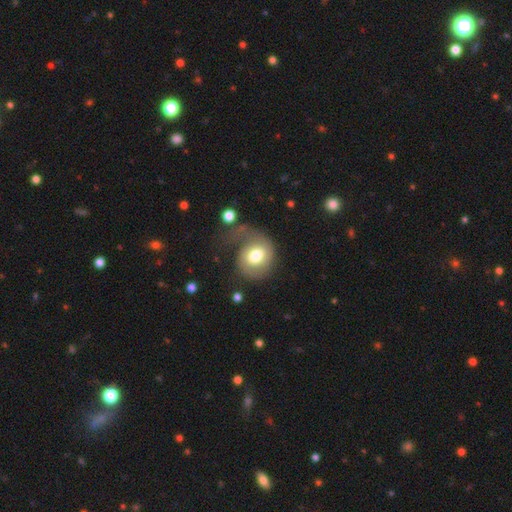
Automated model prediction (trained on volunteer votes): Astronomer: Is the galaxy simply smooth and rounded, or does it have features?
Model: featured or disk — 50% (runner-up: smooth, 43%).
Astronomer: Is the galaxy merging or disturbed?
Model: major disturbance — 37% (runner-up: none, 36%).